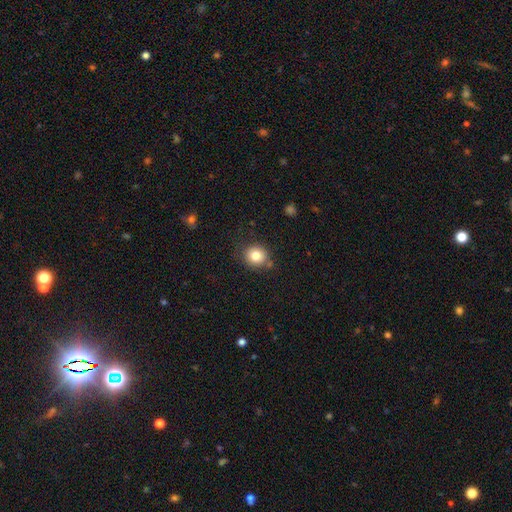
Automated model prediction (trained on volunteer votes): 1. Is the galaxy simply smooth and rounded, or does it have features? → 81% smooth, 11% star or artifact, 8% featured or disk.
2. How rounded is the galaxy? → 86% round, 13% in between, 1% cigar-shaped.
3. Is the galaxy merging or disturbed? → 80% none, 13% minor disturbance, 4% merger, 3% major disturbance.